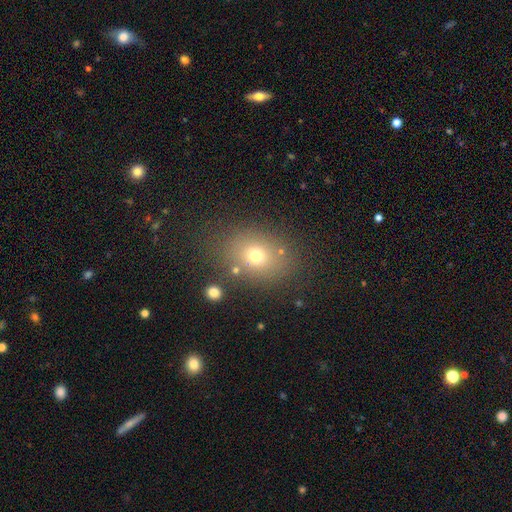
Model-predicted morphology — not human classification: Smooth or featured? Predicted: smooth (p=0.70). How rounded? Predicted: in between (p=0.56). Merging? Predicted: none (p=0.78).